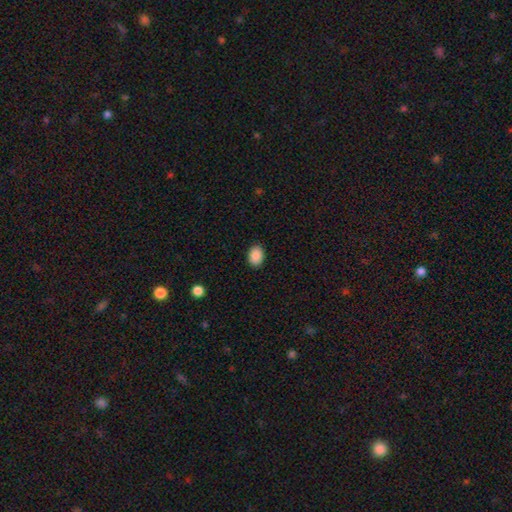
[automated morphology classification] A smooth galaxy with no disk features (90%) that is in between round and cigar-shaped (74%). Merging: none (89%).